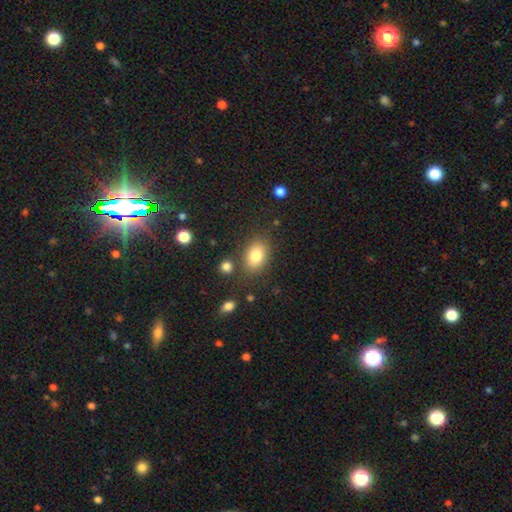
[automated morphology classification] This appears to be a smooth galaxy with no disk features (81%) that is in between round and cigar-shaped (77%). Merging: none (79%).